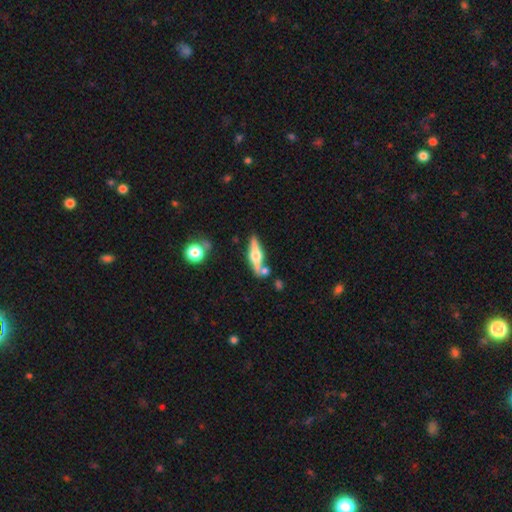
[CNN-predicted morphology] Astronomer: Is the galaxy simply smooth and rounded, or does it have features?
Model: featured or disk — 71%.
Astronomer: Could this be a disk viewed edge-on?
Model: yes — 95%.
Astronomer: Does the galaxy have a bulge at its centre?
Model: rounded — 95%.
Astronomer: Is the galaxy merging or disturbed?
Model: none — 76%.